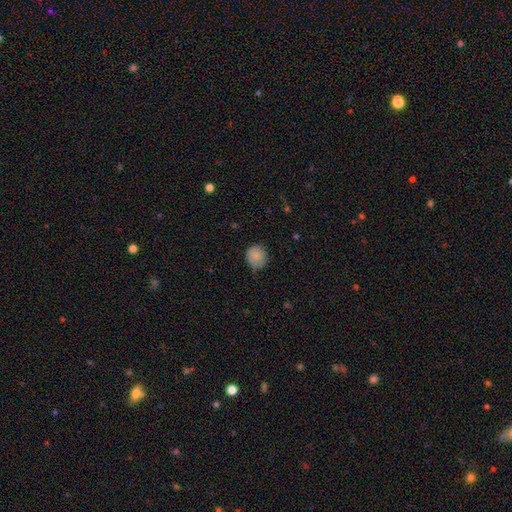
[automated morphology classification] type=smooth (84%); roundness=round (86%); merging=none (66%).